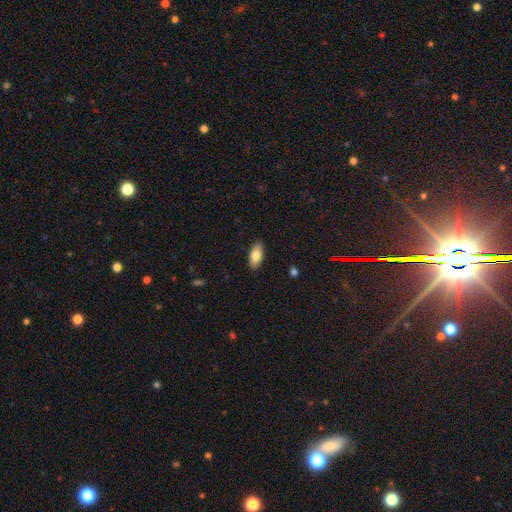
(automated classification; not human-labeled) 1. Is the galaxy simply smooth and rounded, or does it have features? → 79% smooth, 14% featured or disk, 6% star or artifact.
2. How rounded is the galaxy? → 89% in between, 8% cigar-shaped, 3% round.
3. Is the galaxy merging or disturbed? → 88% none, 9% minor disturbance, 2% major disturbance, 1% merger.